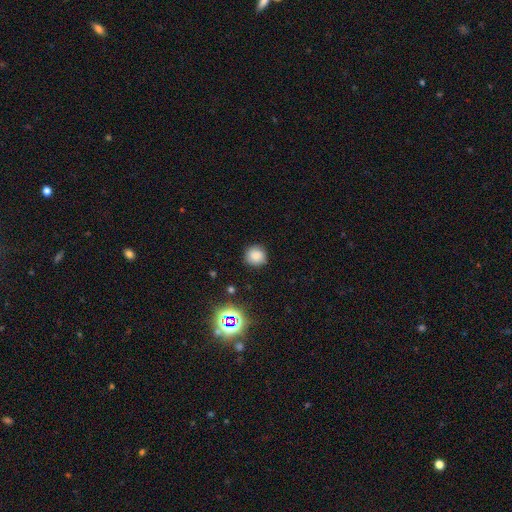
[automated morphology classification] smooth 81%, star or artifact 14%, featured or disk 5%. Down the decision tree: how rounded — round (91%); merging — none (86%).